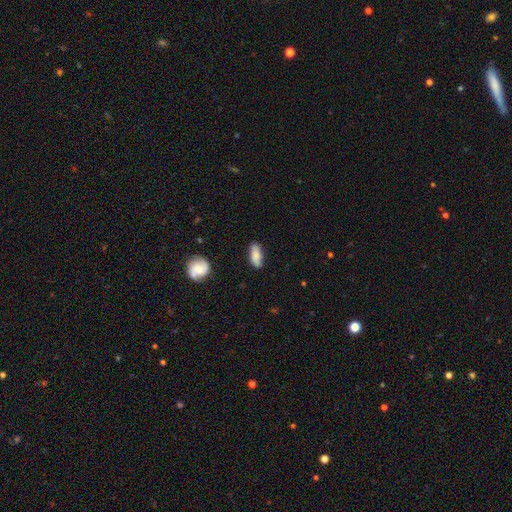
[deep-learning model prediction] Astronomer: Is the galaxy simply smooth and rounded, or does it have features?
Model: smooth — 82%.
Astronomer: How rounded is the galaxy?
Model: in between — 76%.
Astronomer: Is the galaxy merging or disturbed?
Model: none — 82%.